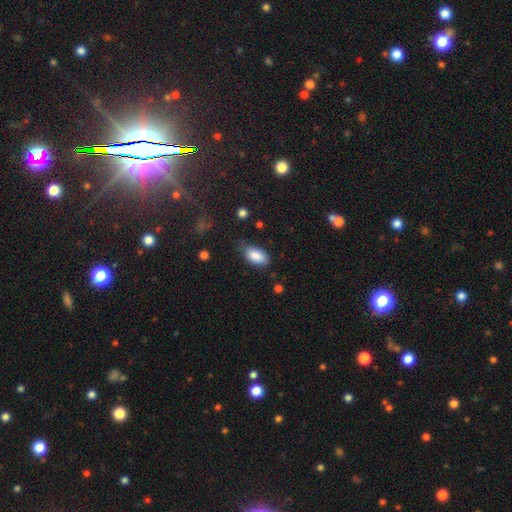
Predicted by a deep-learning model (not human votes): The model was most divided on "merging": none: 63%, minor disturbance: 29%, major disturbance: 6%, merger: 2%. More confident: how rounded — in between (93%); smooth or featured — smooth (86%).